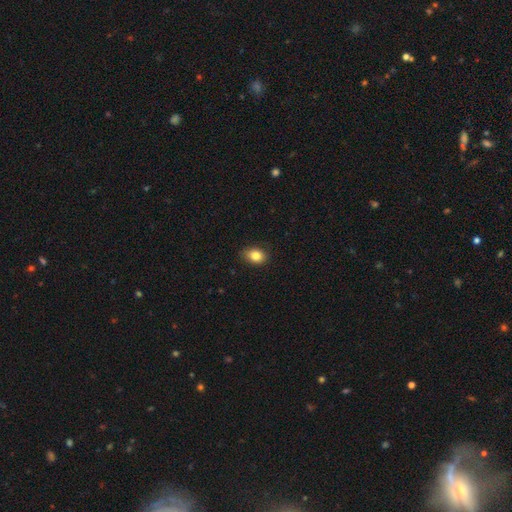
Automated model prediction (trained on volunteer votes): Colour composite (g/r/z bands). It shows a smooth galaxy with no disk features (83%) that is in between round and cigar-shaped (69%). Merging: none (82%).